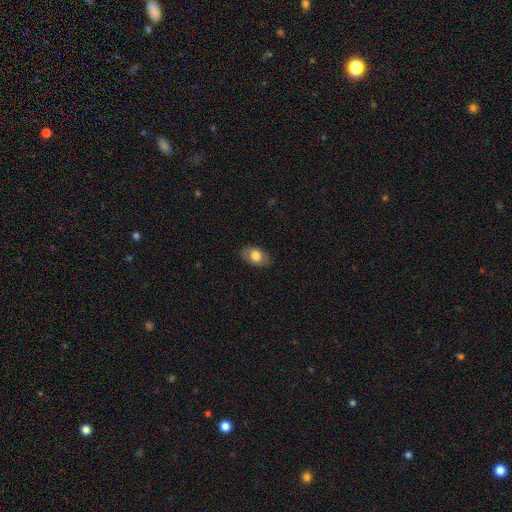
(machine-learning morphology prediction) Smooth or featured? smooth (76%)
How rounded? in between (89%)
Merging? none (84%)